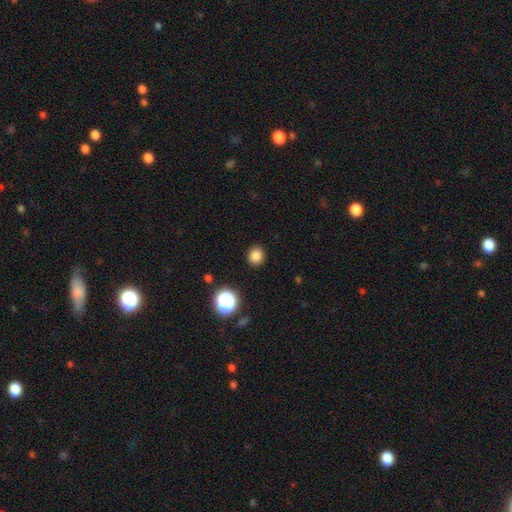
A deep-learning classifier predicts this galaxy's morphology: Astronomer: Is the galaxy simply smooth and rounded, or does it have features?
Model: smooth — 83%.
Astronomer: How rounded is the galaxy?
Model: round — 83%.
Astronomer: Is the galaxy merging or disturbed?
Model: none — 91%.